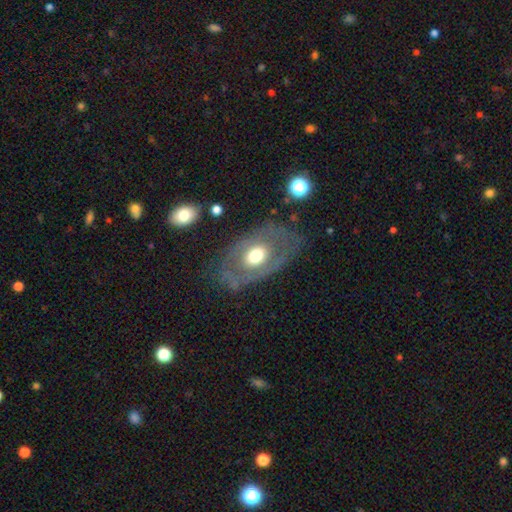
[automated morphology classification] A featured or disk galaxy (58%) with no bar (85%), no spiral arms (79%) and a moderate central bulge (60%). Merging: none (73%).